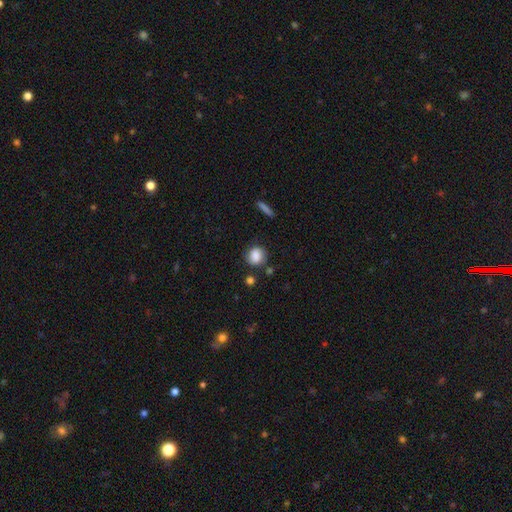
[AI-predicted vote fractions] This appears to be a smooth galaxy with no disk features (79%) that is round (79%). Merging: none (74%).